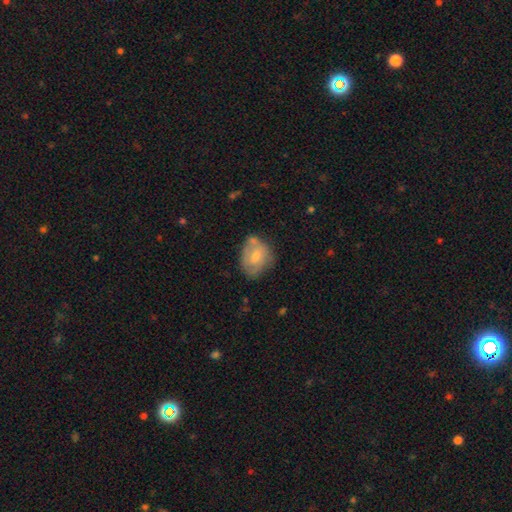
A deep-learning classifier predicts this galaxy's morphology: Q: Smooth or featured?
A: smooth (58%); runner-up: featured or disk (34%)
Q: How rounded?
A: in between (57%); runner-up: round (42%)
Q: Merging?
A: none (50%); runner-up: minor disturbance (29%)